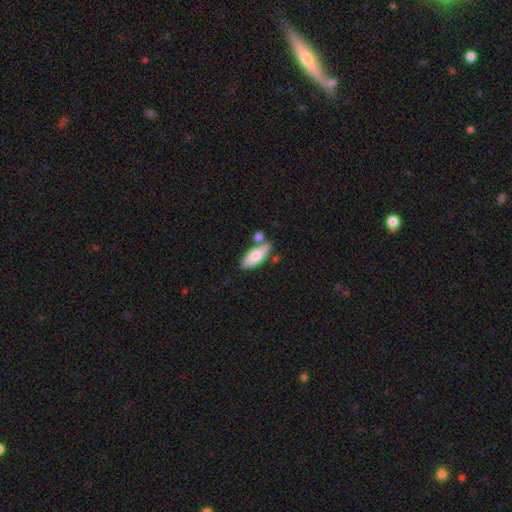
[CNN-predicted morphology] Smooth or featured? Predicted: smooth (p=0.76). How rounded? Predicted: in between (p=0.75). Merging? Predicted: none (p=0.66).